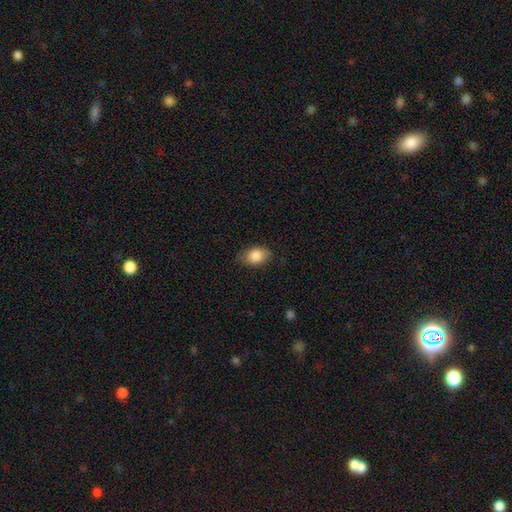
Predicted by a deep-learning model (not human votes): This is clearly a smooth galaxy (85%). How rounded: clearly in between (82%). Merging: likely none (79%).